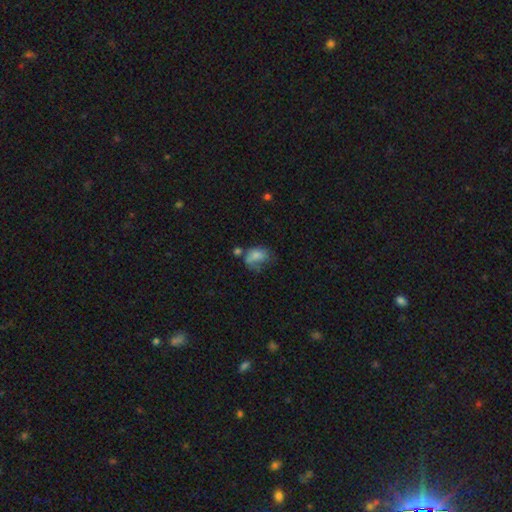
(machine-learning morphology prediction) The model was most divided on "merging": major disturbance: 31%, minor disturbance: 27%, none: 26%, merger: 16%. More confident: how rounded — in between (73%); smooth or featured — smooth (67%).